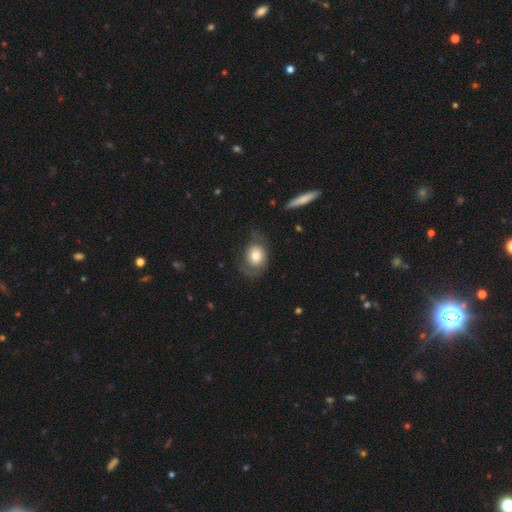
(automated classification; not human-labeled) Smooth or featured: smooth — 70% (featured or disk — 23%)
How rounded: in between — 53% (round — 45%)
Merging: none — 48% (minor disturbance — 29%)